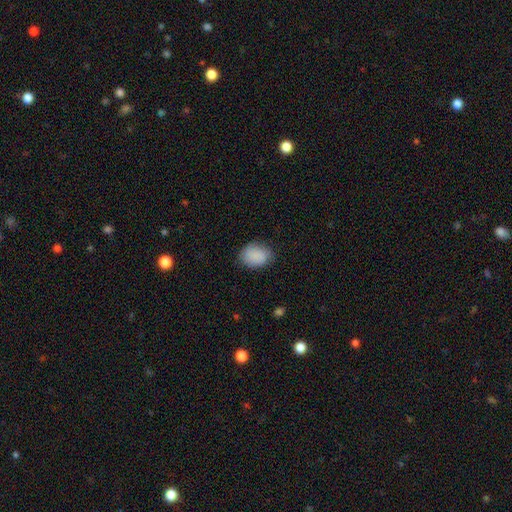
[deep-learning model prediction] Q: Smooth or featured?
A: smooth (88%); runner-up: star or artifact (7%)
Q: How rounded?
A: in between (68%); runner-up: round (31%)
Q: Merging?
A: none (76%); runner-up: minor disturbance (19%)